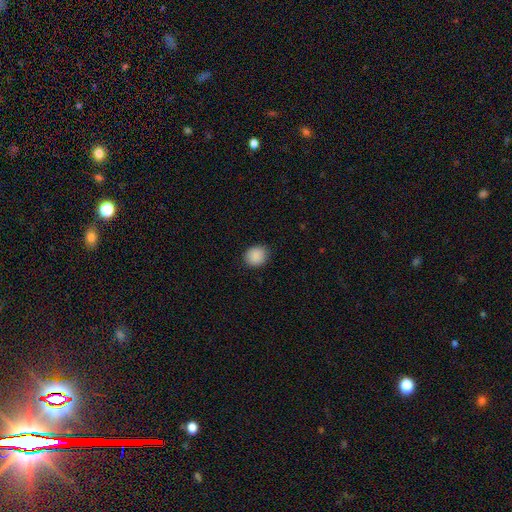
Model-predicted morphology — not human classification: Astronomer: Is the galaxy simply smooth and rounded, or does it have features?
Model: smooth — 89%.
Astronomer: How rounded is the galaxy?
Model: round — 75%.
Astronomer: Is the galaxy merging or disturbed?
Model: none — 87%.